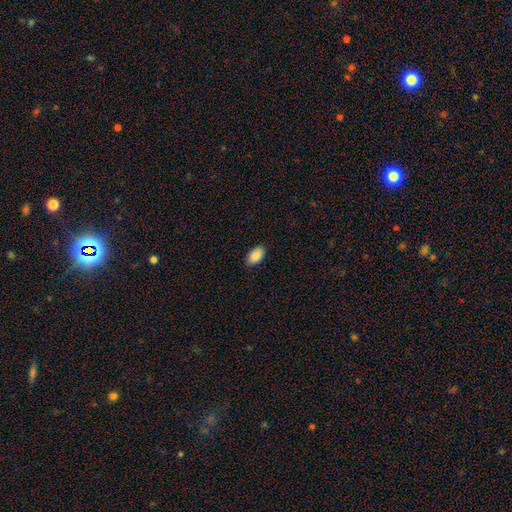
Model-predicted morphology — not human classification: smooth_or_featured: smooth (p=0.90) [alt: star or artifact p=0.07]
how_rounded: in between (p=0.94) [alt: round p=0.04]
merging: none (p=0.87) [alt: minor disturbance p=0.10]